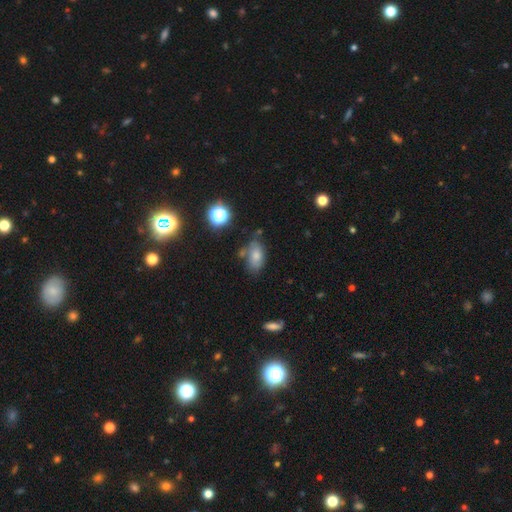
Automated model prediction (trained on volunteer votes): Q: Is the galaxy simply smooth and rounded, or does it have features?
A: smooth — 75%.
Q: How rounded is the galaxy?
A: in between — 89%.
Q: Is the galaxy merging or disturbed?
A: none — 62%.